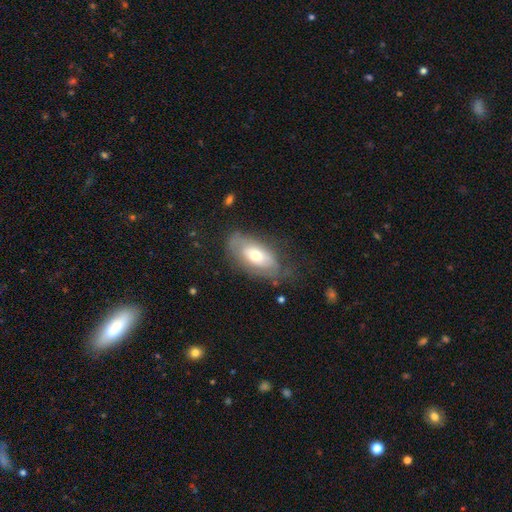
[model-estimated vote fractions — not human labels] Smooth or featured: smooth — 52% (featured or disk — 41%)
How rounded: in between — 90% (cigar-shaped — 5%)
Merging: none — 62% (minor disturbance — 25%)